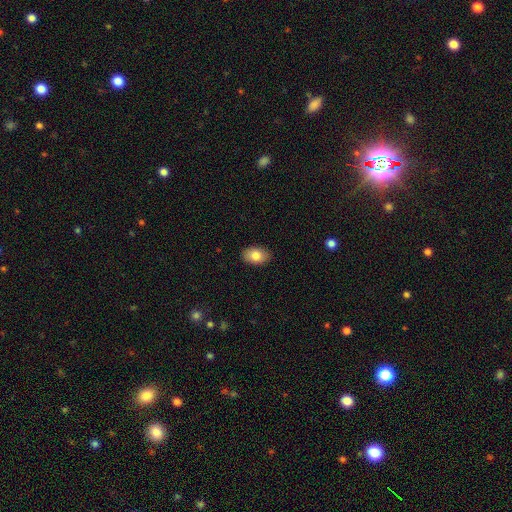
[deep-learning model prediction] This is clearly a smooth galaxy (83%). How rounded: clearly in between (88%). Merging: clearly none (89%).